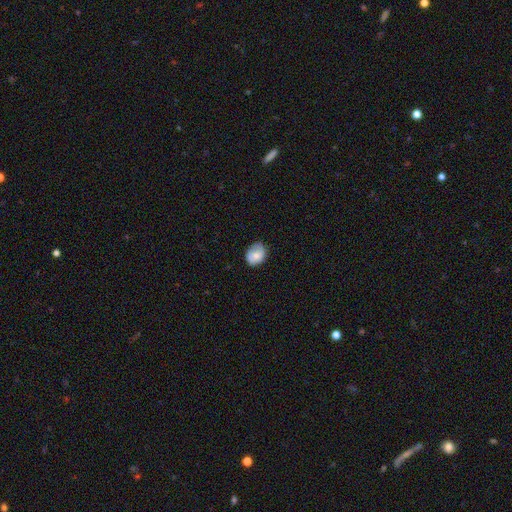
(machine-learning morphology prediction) A smooth galaxy with no disk features (71%) that is in between round and cigar-shaped (58%). Merging: none (71%).